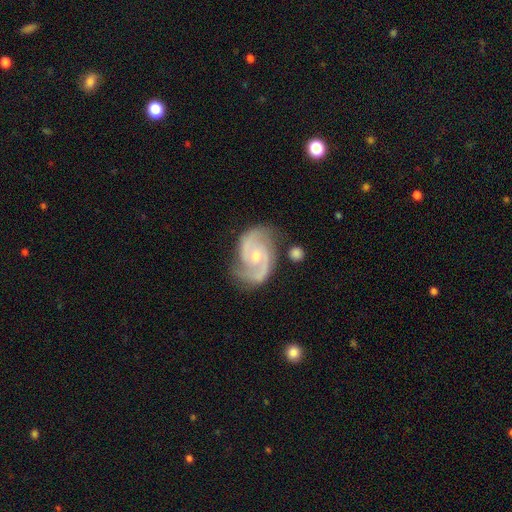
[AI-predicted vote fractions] featured or disk 92%, star or artifact 4%, smooth 4%. Down the decision tree: edge-on disk — no (98%); bar — no (59%); spiral arms — yes (98%); spiral arm count — 2 (91%); spiral winding — medium (57%); bulge size — small (49%); merging — none (74%).